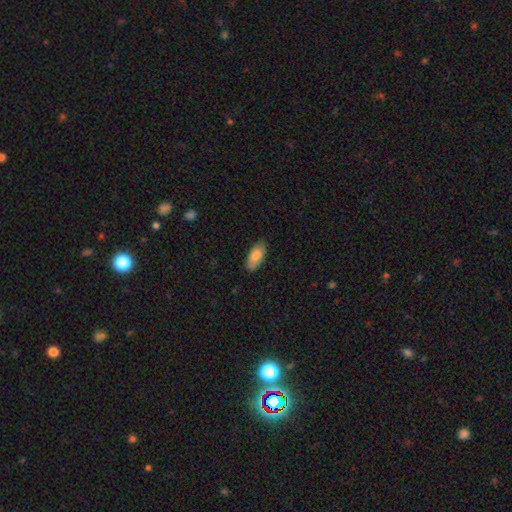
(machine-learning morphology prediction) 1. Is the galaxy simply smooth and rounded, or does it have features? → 83% smooth, 11% featured or disk, 6% star or artifact.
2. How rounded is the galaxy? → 90% in between, 8% cigar-shaped, 2% round.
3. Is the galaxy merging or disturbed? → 84% none, 12% minor disturbance, 2% major disturbance, 1% merger.